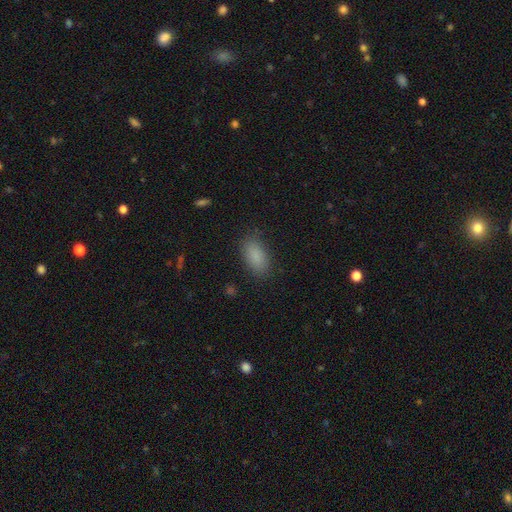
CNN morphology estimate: Smooth or featured? smooth (87%)
How rounded? in between (91%)
Merging? none (85%)